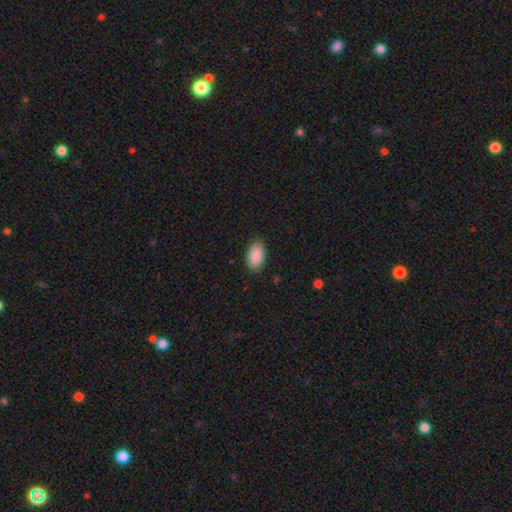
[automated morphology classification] Smooth or featured? smooth (90%)
How rounded? in between (94%)
Merging? none (86%)